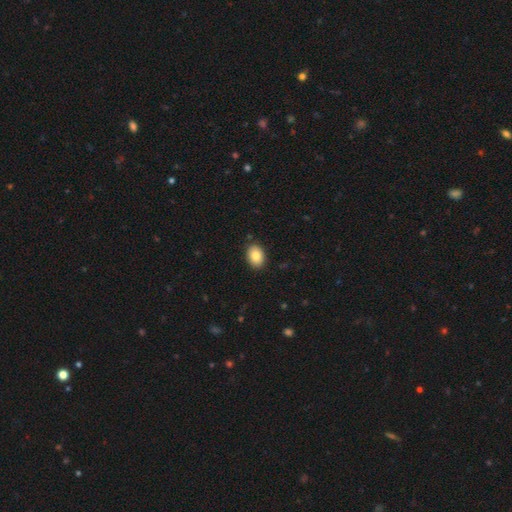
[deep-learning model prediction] Smooth or featured?
  - smooth: 84% *
  - featured or disk: 8%
  - star or artifact: 7%
How rounded?
  - in between: 78% *
  - round: 21%
  - cigar-shaped: 1%
Merging?
  - none: 88% *
  - minor disturbance: 9%
  - major disturbance: 2%
  - merger: 1%